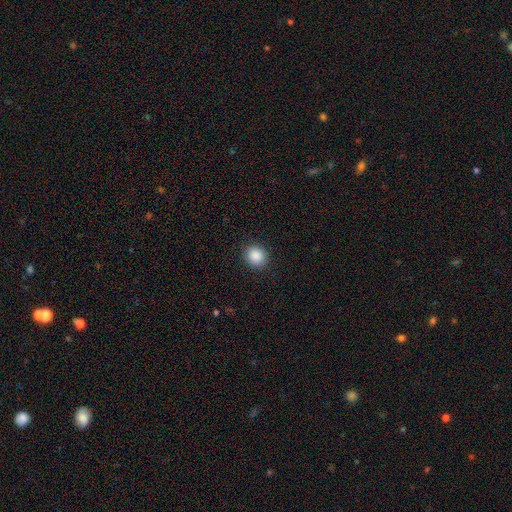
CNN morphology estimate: Smooth or featured? Predicted: smooth (p=0.88). How rounded? Predicted: round (p=0.76). Merging? Predicted: none (p=0.90).